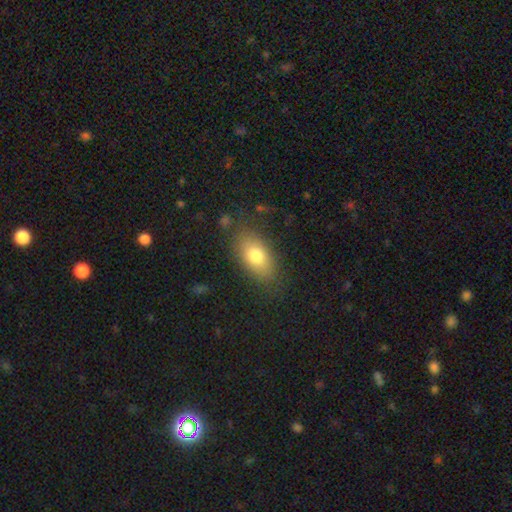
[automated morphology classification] A smooth galaxy with no disk features (77%) that is in between round and cigar-shaped (88%).

Vote fractions:
- Smooth or featured? smooth: 77% / featured or disk: 15% / star or artifact: 8%
- How rounded? in between: 88% / round: 8% / cigar-shaped: 4%
- Merging? none: 80% / minor disturbance: 13% / major disturbance: 5% / merger: 2%